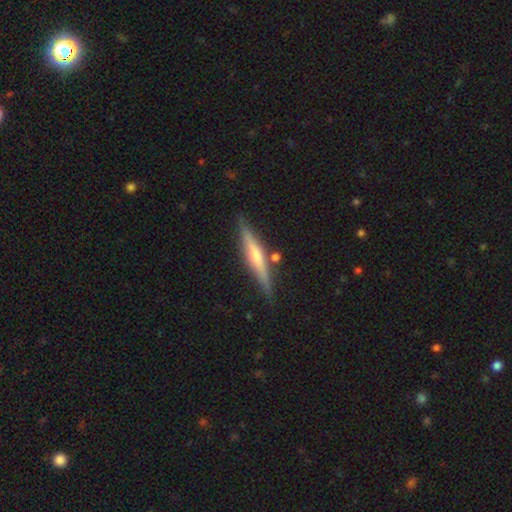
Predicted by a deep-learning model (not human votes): Smooth or featured?
  - featured or disk: 68% *
  - smooth: 25%
  - star or artifact: 6%
Edge-on disk?
  - yes: 97% *
  - no: 3%
Edge-on bulge?
  - rounded: 74% *
  - none: 18%
  - boxy: 9%
Merging?
  - none: 86% *
  - minor disturbance: 9%
  - merger: 3%
  - major disturbance: 2%